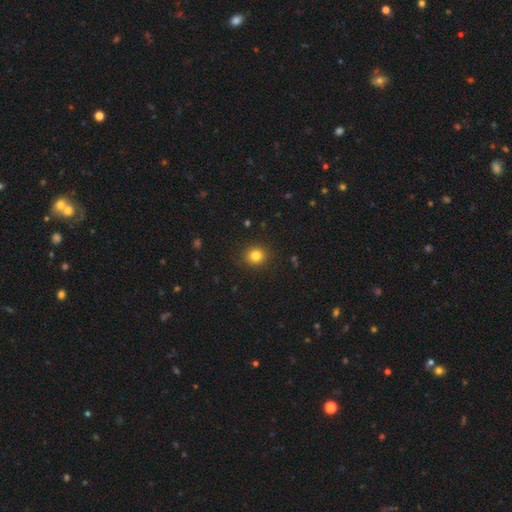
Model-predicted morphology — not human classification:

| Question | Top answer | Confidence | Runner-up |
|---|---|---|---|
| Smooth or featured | smooth | 82% | star or artifact (12%) |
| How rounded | round | 86% | in between (13%) |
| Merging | none | 90% | minor disturbance (6%) |